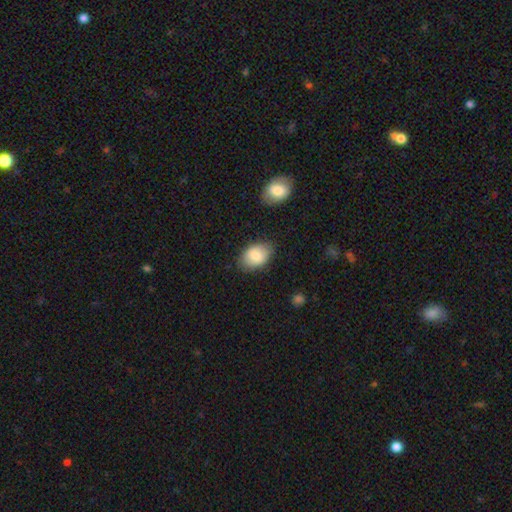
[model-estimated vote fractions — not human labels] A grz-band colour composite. It shows a smooth galaxy with no disk features (82%) that is in between round and cigar-shaped (86%). Merging: none (79%).